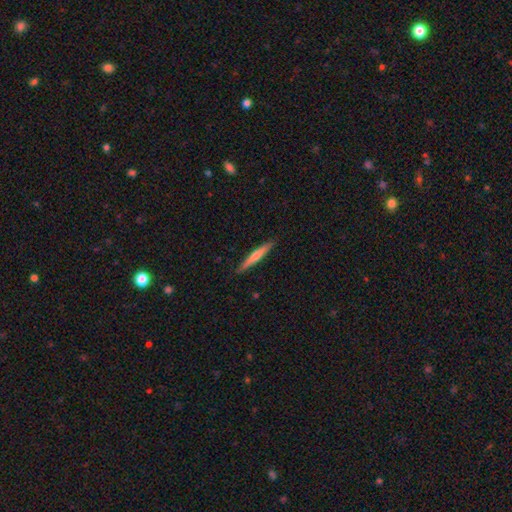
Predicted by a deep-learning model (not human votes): This is possibly a smooth galaxy (56%). How rounded: clearly cigar-shaped (95%). Merging: clearly none (90%).